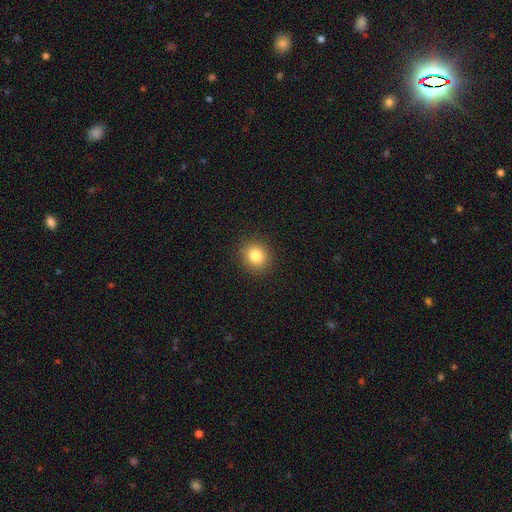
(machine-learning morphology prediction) Q: Smooth or featured?
A: smooth (82%); runner-up: star or artifact (12%)
Q: How rounded?
A: round (81%); runner-up: in between (18%)
Q: Merging?
A: none (91%); runner-up: minor disturbance (6%)